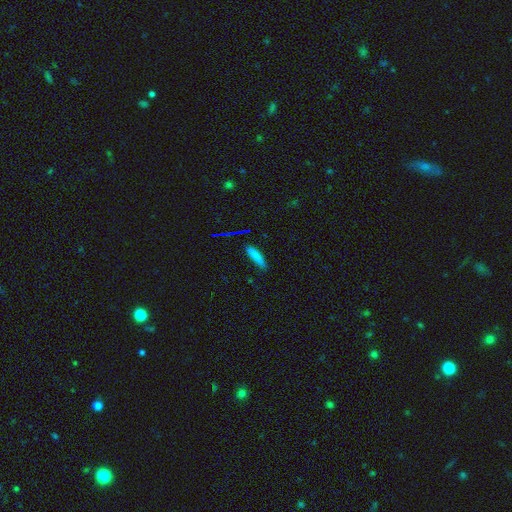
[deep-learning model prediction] Smooth or featured?
  - smooth: 79% *
  - featured or disk: 11%
  - star or artifact: 10%
How rounded?
  - cigar-shaped: 87% *
  - in between: 12%
  - round: 2%
Merging?
  - none: 80% *
  - minor disturbance: 15%
  - major disturbance: 3%
  - merger: 3%